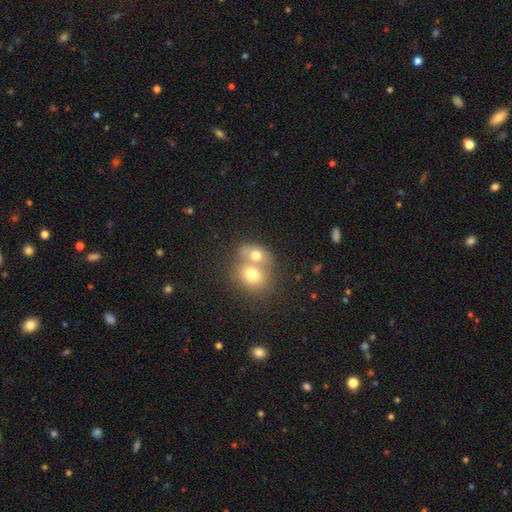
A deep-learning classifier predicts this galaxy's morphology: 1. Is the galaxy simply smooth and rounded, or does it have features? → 70% smooth, 20% featured or disk, 10% star or artifact.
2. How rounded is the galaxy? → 55% round, 43% in between, 1% cigar-shaped.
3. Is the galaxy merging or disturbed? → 66% merger, 24% none, 7% minor disturbance, 4% major disturbance.